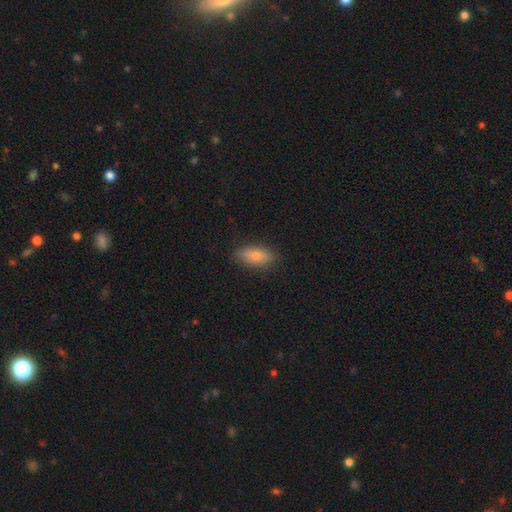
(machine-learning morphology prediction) Smooth or featured?
  - smooth: 85% *
  - featured or disk: 8%
  - star or artifact: 7%
How rounded?
  - in between: 79% *
  - cigar-shaped: 18%
  - round: 3%
Merging?
  - none: 83% *
  - minor disturbance: 13%
  - major disturbance: 3%
  - merger: 1%